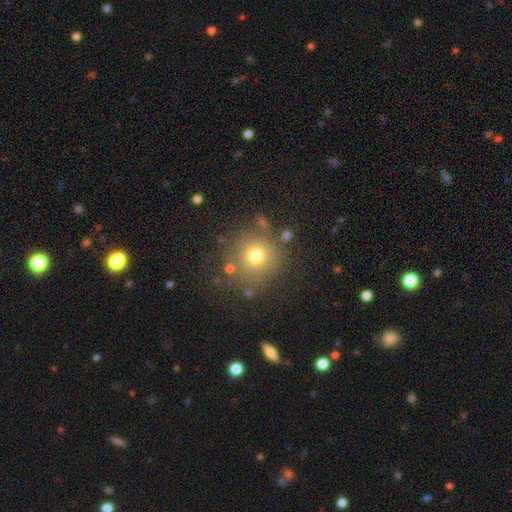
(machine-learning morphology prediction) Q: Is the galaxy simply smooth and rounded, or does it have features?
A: smooth — 73%.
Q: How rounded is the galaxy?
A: round — 92%.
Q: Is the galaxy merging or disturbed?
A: none — 77%.